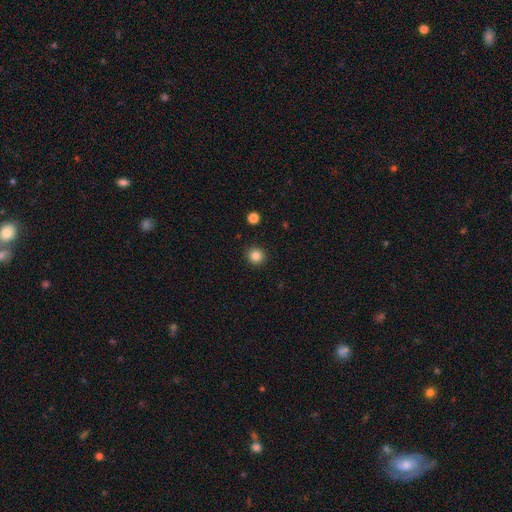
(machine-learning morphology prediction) The model was most divided on "smooth or featured": smooth: 85%, star or artifact: 11%, featured or disk: 4%. More confident: how rounded — round (92%); merging — none (92%).